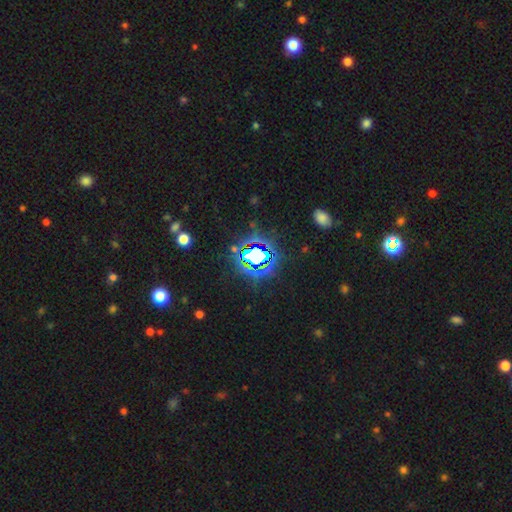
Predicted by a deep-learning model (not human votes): Smooth or featured?
  - star or artifact: 76% *
  - smooth: 13%
  - featured or disk: 11%